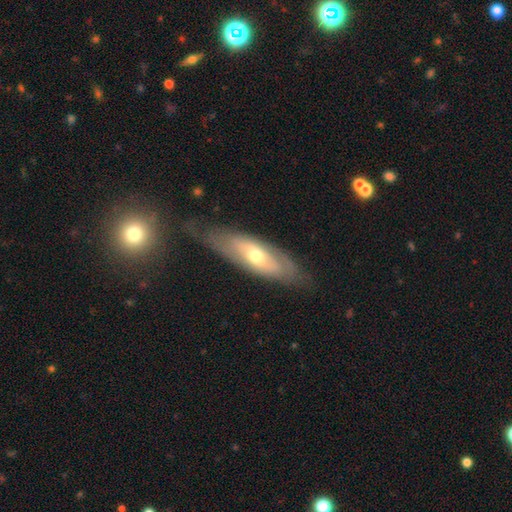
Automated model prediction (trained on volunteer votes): Overall: featured or disk (55%; smooth 38%). Edge-on disk: no (71%). Merging: none (66%).